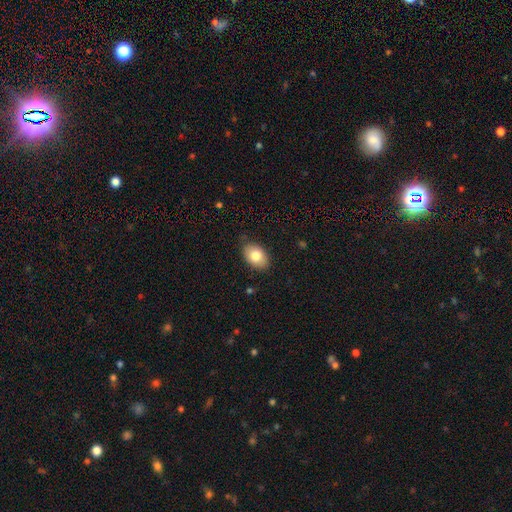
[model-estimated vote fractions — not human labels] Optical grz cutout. It shows a smooth galaxy with no disk features (80%) that is in between round and cigar-shaped (87%). Merging: none (82%).